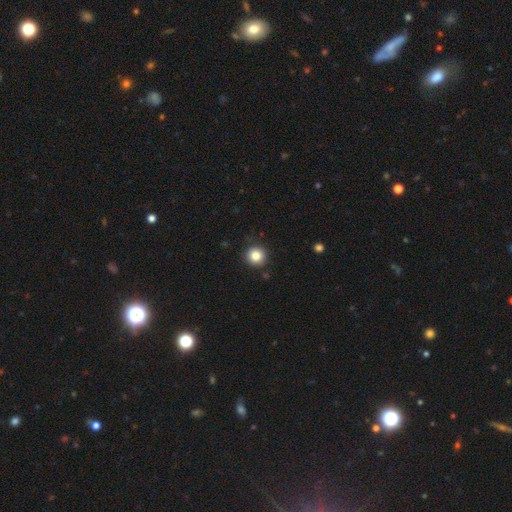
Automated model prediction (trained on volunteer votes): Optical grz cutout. It shows a smooth galaxy with no disk features (84%) that is round (93%). Merging: none (89%).